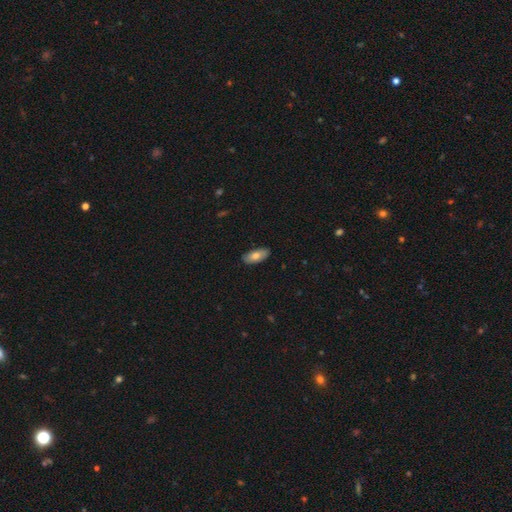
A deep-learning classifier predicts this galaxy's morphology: Overall: smooth (74%). How rounded: in between (89%). Merging: none (85%).